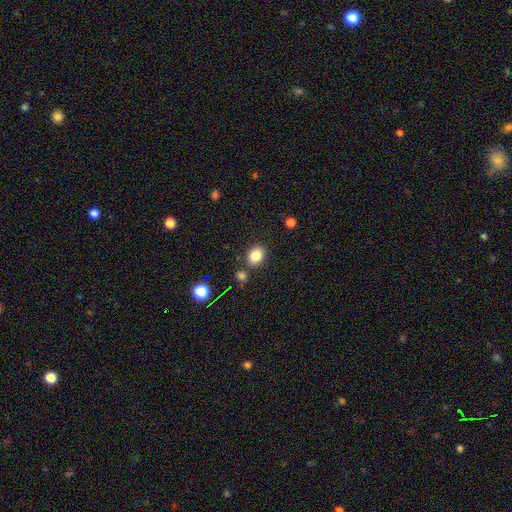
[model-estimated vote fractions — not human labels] The model was most divided on "how rounded": in between: 56%, round: 43%, cigar-shaped: 1%. More confident: smooth or featured — smooth (84%); merging — none (81%).